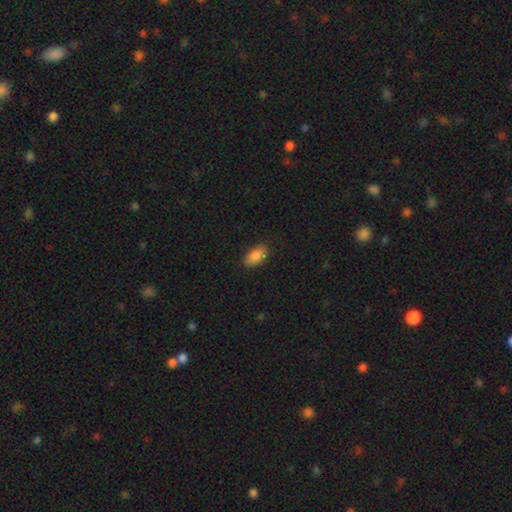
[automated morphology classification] smooth 88%, star or artifact 7%, featured or disk 5%. Down the decision tree: how rounded — in between (92%); merging — none (86%).